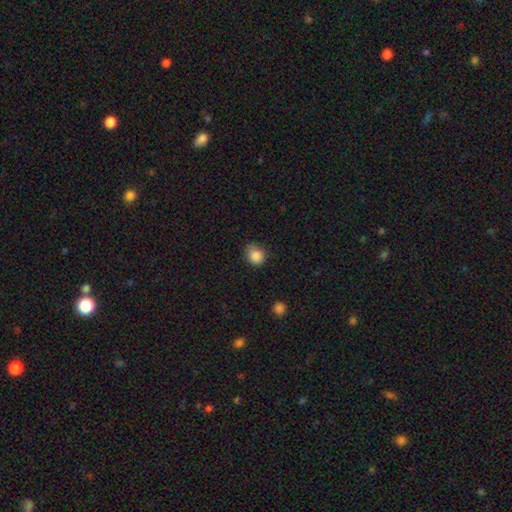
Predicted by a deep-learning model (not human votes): This appears to be a smooth galaxy with no disk features (86%) that is round (73%). Merging: none (66%).